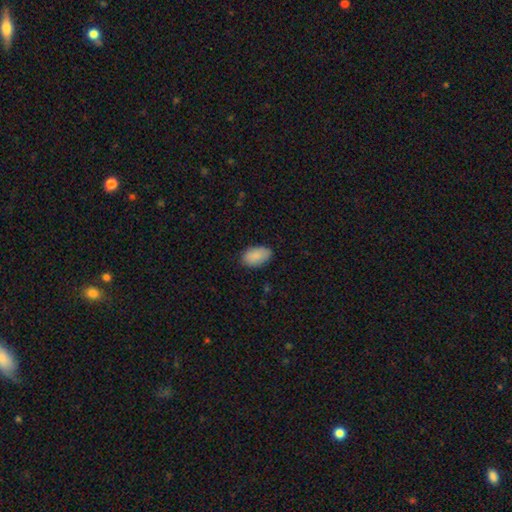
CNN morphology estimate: Q: Smooth or featured?
A: smooth (89%); runner-up: star or artifact (6%)
Q: How rounded?
A: in between (94%); runner-up: round (5%)
Q: Merging?
A: none (82%); runner-up: minor disturbance (15%)